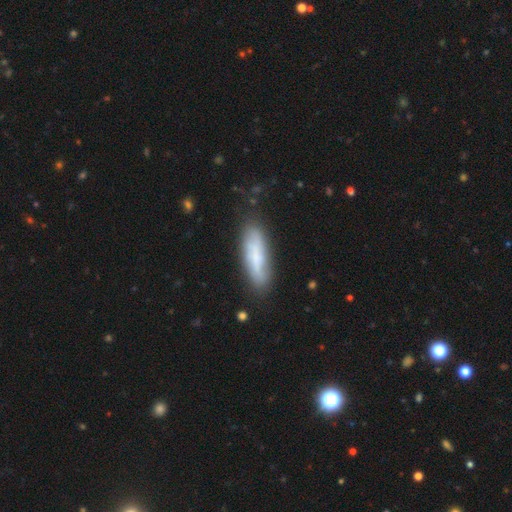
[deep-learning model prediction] Q: Smooth or featured?
A: smooth (61%); runner-up: featured or disk (32%)
Q: How rounded?
A: cigar-shaped (54%); runner-up: in between (44%)
Q: Merging?
A: none (76%); runner-up: minor disturbance (17%)